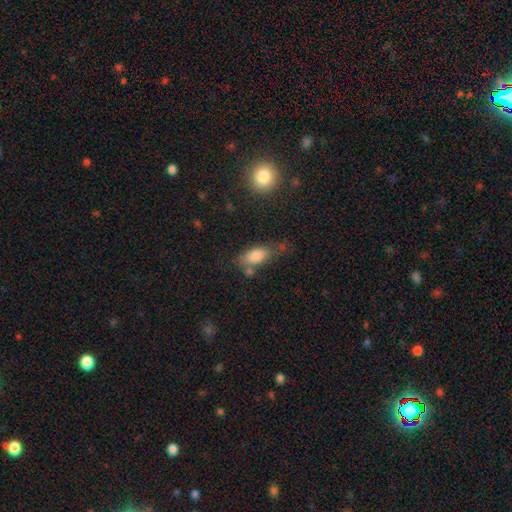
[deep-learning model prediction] smooth_or_featured: smooth (p=0.82) [alt: featured or disk p=0.09]
how_rounded: in between (p=0.88) [alt: cigar-shaped p=0.08]
merging: none (p=0.55) [alt: minor disturbance p=0.22]